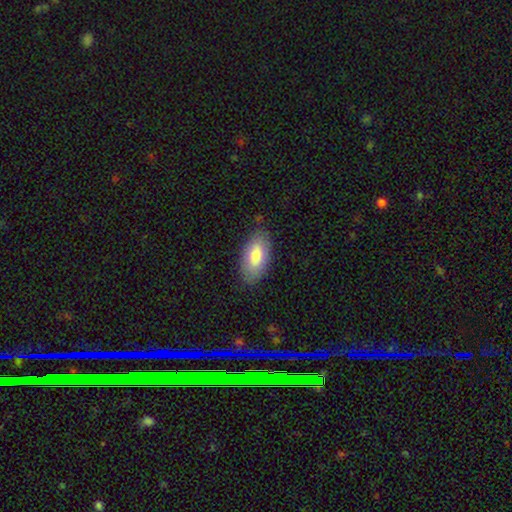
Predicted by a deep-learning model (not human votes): The model was most divided on "smooth or featured": smooth: 79%, featured or disk: 16%, star or artifact: 6%. More confident: how rounded — in between (94%); merging — none (81%).